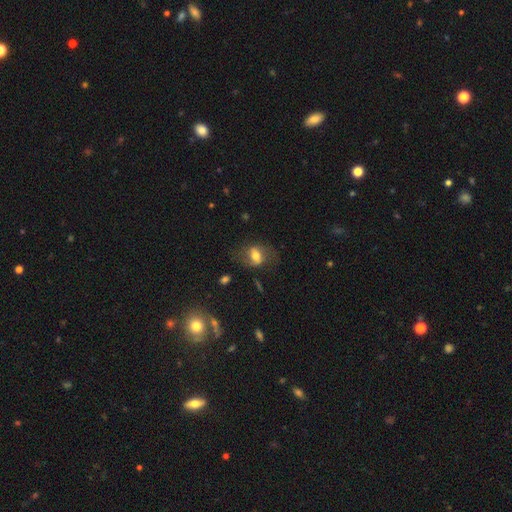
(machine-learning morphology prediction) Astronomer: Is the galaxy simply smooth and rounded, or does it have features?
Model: smooth — 56% (runner-up: featured or disk, 35%).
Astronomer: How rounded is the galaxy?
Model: in between — 75%.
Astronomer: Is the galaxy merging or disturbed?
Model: none — 62%.